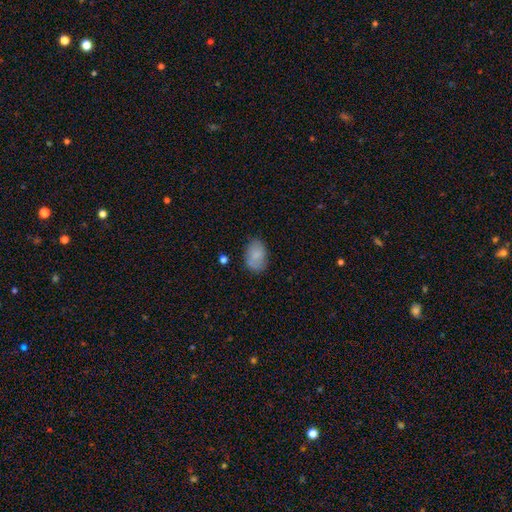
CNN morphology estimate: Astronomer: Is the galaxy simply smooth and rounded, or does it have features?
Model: smooth — 82%.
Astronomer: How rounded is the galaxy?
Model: in between — 87%.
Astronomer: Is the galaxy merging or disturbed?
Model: none — 77%.